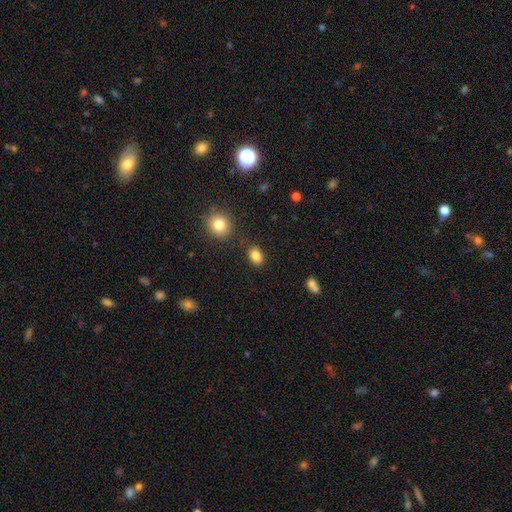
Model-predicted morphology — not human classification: smooth-or-featured: smooth: 85% | star or artifact: 10% | featured or disk: 5%
  how-rounded: in between: 68% | round: 30% | cigar-shaped: 1%
  merging: none: 83% | minor disturbance: 11% | merger: 4% | major disturbance: 3%